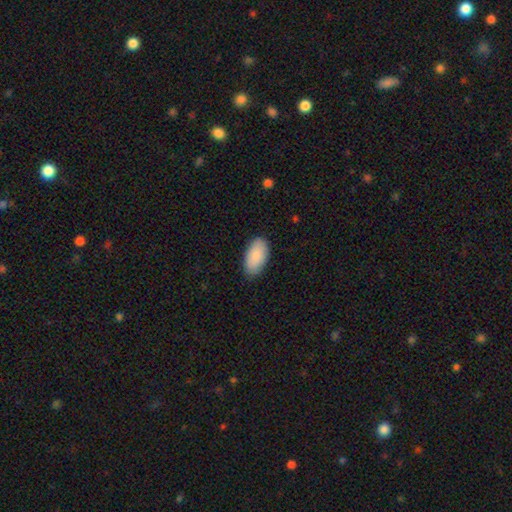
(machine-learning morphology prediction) The model was most divided on "merging": none: 85%, minor disturbance: 12%, major disturbance: 2%, merger: 1%. More confident: how rounded — in between (96%); smooth or featured — smooth (89%).